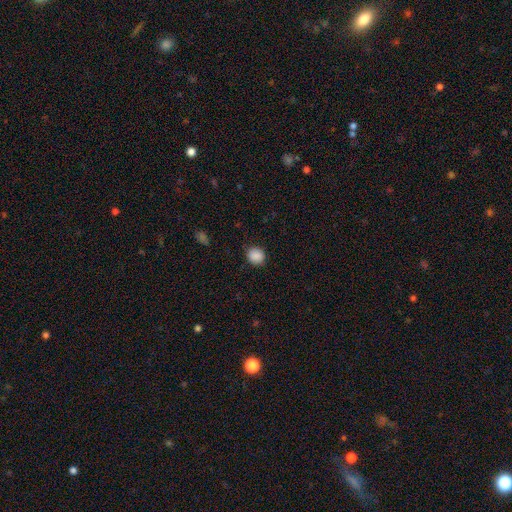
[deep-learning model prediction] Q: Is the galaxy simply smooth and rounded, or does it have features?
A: smooth — 89%.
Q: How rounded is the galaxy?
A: round — 77%.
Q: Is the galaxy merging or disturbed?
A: none — 87%.